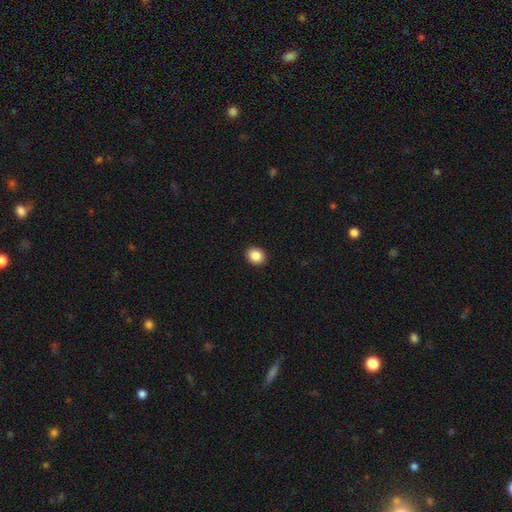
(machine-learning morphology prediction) This appears to be a smooth galaxy with no disk features (87%) that is round (58%). Merging: none (92%).